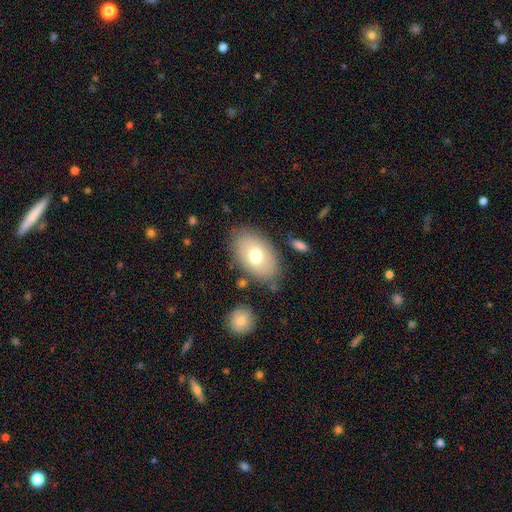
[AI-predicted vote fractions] This is likely a smooth galaxy (71%). How rounded: clearly in between (89%). Merging: likely none (77%).